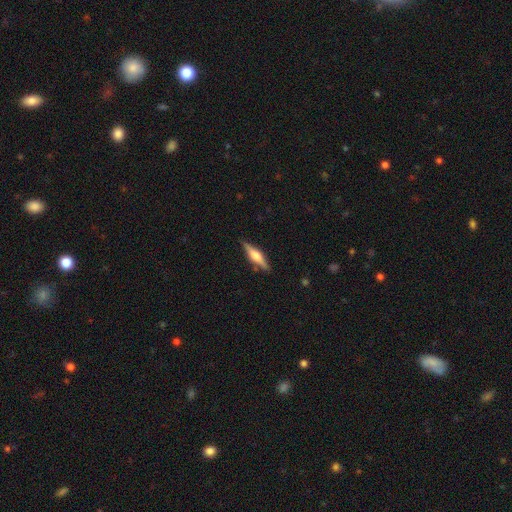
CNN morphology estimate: smooth_or_featured: featured or disk (p=0.64) [alt: smooth p=0.30]
disk_edge_on: yes (p=0.97) [alt: no p=0.03]
edge_on_bulge: rounded (p=0.83) [alt: boxy p=0.14]
merging: none (p=0.87) [alt: minor disturbance p=0.09]